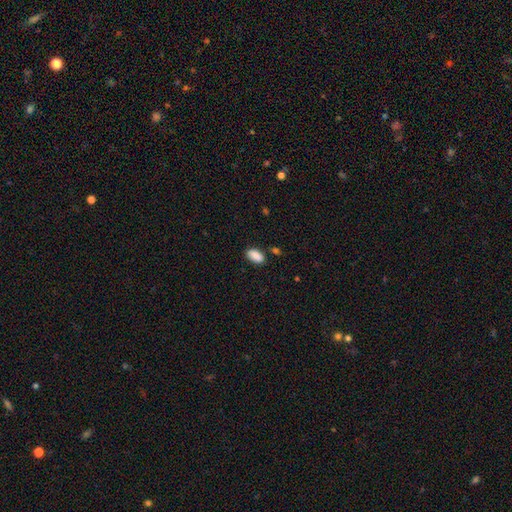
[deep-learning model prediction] Smooth or featured: smooth — 89% (star or artifact — 7%)
How rounded: in between — 92% (cigar-shaped — 5%)
Merging: none — 81% (minor disturbance — 13%)